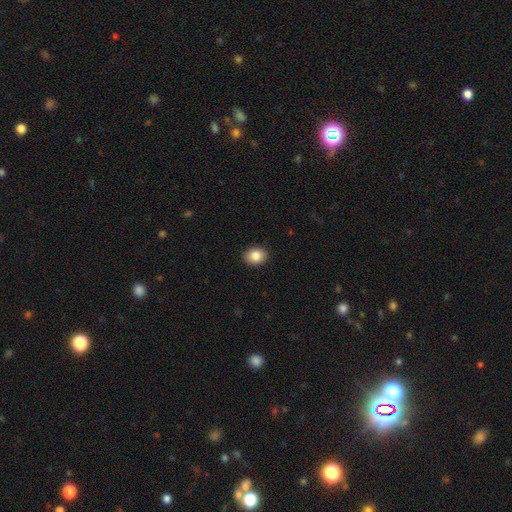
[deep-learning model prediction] Smooth or featured?
  - smooth: 86% *
  - star or artifact: 9%
  - featured or disk: 6%
How rounded?
  - in between: 51% *
  - round: 48%
  - cigar-shaped: 1%
Merging?
  - none: 90% *
  - minor disturbance: 7%
  - major disturbance: 2%
  - merger: 1%